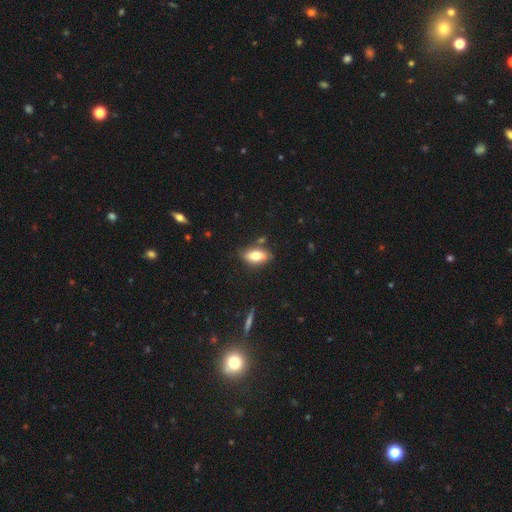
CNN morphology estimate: This is likely a smooth galaxy (71%). How rounded: clearly in between (86%). Merging: likely none (76%).